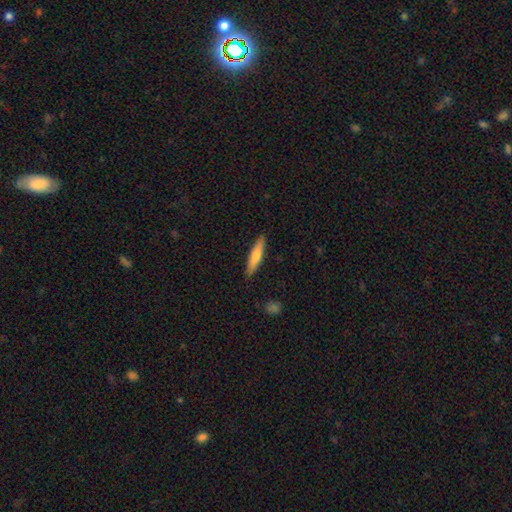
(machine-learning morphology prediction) A smooth galaxy with no disk features (65%) that is cigar-shaped (85%). Merging: none (89%).